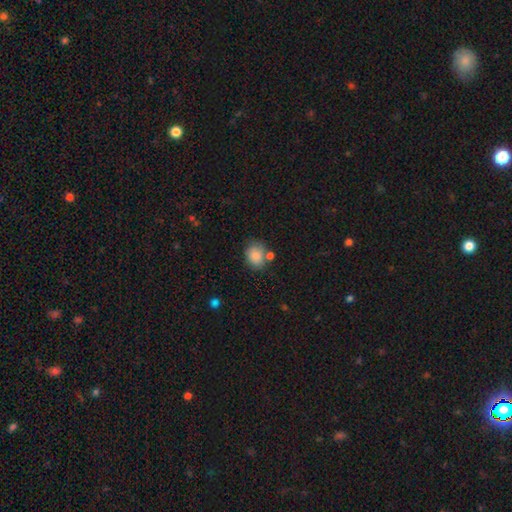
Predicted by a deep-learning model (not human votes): This is clearly a smooth galaxy (83%). How rounded: possibly round (51%). Merging: likely none (65%).